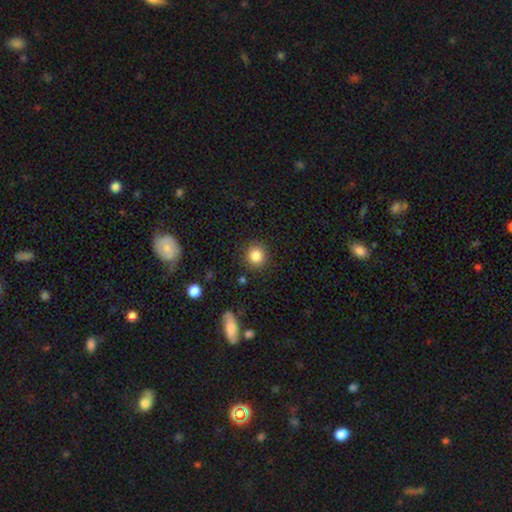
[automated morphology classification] Overall: smooth (84%). How rounded: round (90%). Merging: none (89%).